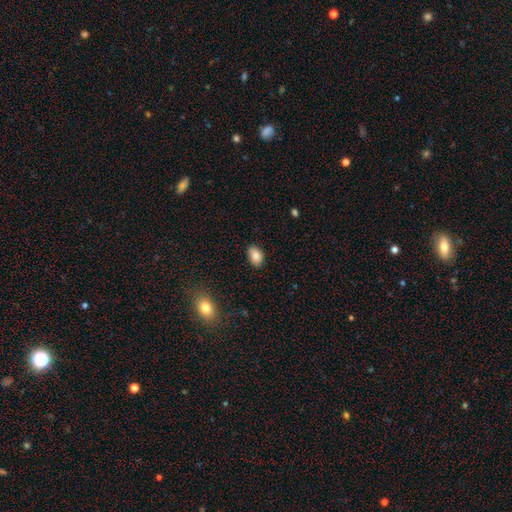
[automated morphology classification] Smooth or featured? smooth (87%)
How rounded? in between (86%)
Merging? none (83%)